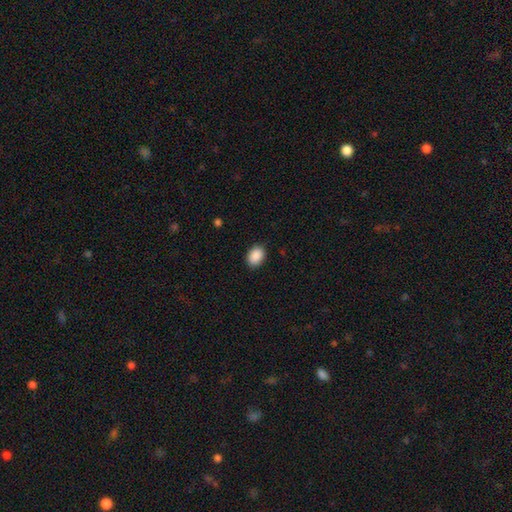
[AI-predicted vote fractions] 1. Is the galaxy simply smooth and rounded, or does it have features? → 90% smooth, 7% star or artifact, 3% featured or disk.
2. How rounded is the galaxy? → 73% in between, 26% round, 1% cigar-shaped.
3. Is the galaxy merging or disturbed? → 88% none, 9% minor disturbance, 2% major disturbance, 1% merger.